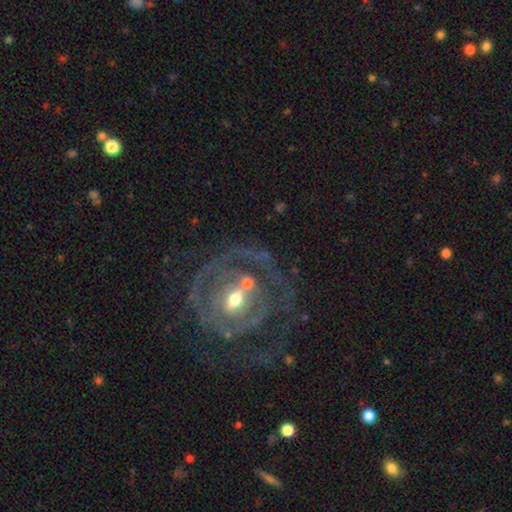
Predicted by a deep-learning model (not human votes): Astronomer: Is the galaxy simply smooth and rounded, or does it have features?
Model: featured or disk — 81%.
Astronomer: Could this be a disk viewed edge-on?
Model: no — 96%.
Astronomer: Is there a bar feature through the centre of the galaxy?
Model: no — 46% (runner-up: weak, 33%).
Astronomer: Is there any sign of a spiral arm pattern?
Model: yes — 74%.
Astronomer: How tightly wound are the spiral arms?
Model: tight — 63%.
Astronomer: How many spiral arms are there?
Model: can't tell — 34% (runner-up: 2, 31%).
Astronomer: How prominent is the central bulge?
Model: moderate — 55% (runner-up: small, 36%).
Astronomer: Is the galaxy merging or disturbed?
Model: none — 68%.